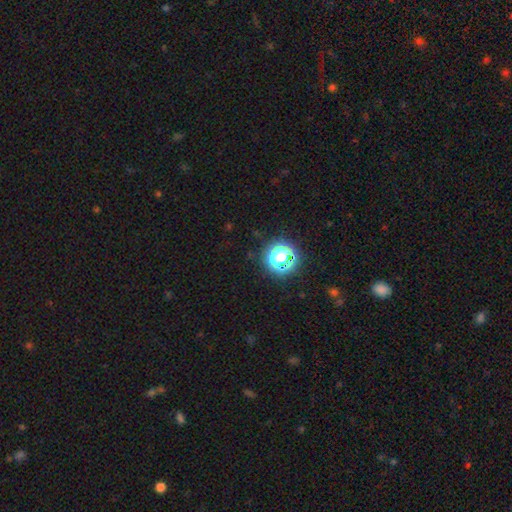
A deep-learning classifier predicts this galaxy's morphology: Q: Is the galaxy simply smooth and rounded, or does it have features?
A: star or artifact — 70%.